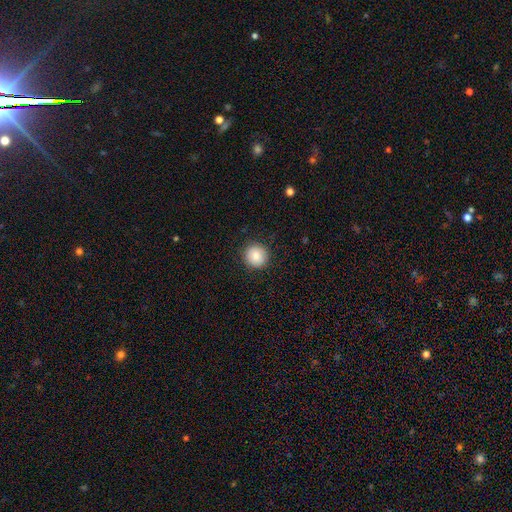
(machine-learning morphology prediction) smooth 84%, star or artifact 9%, featured or disk 7%. Down the decision tree: how rounded — round (95%); merging — none (90%).